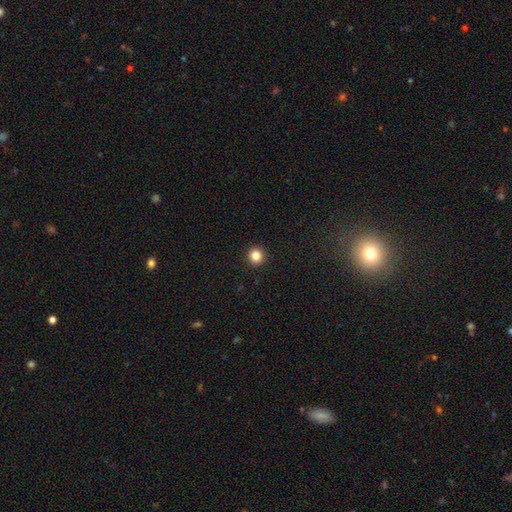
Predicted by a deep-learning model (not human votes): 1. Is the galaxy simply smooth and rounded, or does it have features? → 84% smooth, 12% star or artifact, 4% featured or disk.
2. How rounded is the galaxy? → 94% round, 5% in between, 1% cigar-shaped.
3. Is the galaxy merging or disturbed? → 94% none, 4% minor disturbance, 1% major disturbance, 1% merger.